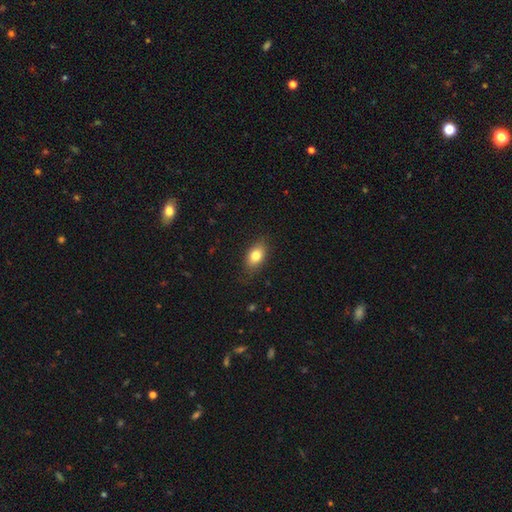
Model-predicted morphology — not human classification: Smooth or featured? Predicted: smooth (p=0.80). How rounded? Predicted: in between (p=0.84). Merging? Predicted: none (p=0.82).